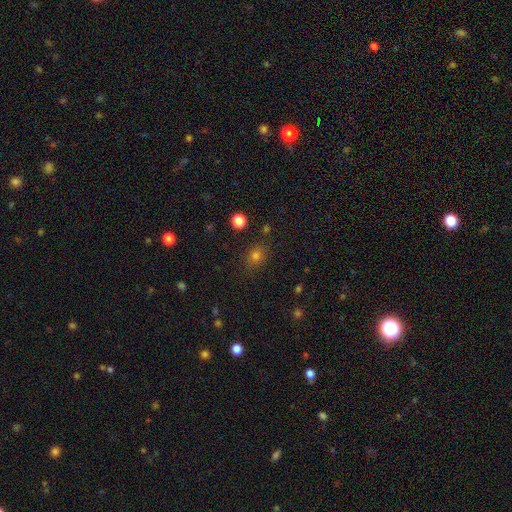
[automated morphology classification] The model was most divided on "how rounded": round: 63%, in between: 36%, cigar-shaped: 1%. More confident: merging — none (83%); smooth or featured — smooth (72%).